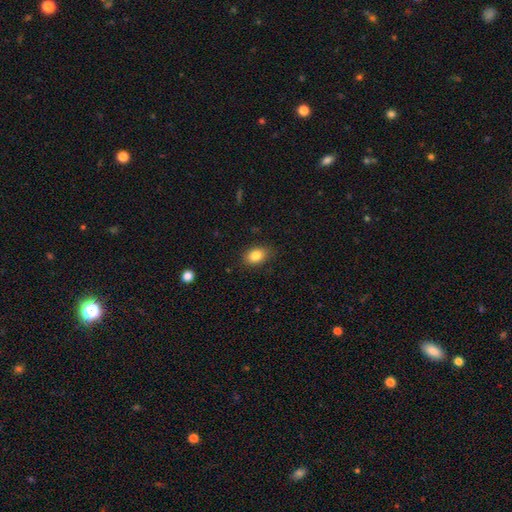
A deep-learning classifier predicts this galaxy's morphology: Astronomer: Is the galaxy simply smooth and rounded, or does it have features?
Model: smooth — 83%.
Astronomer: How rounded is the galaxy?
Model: in between — 77%.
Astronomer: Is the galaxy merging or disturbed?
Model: none — 84%.